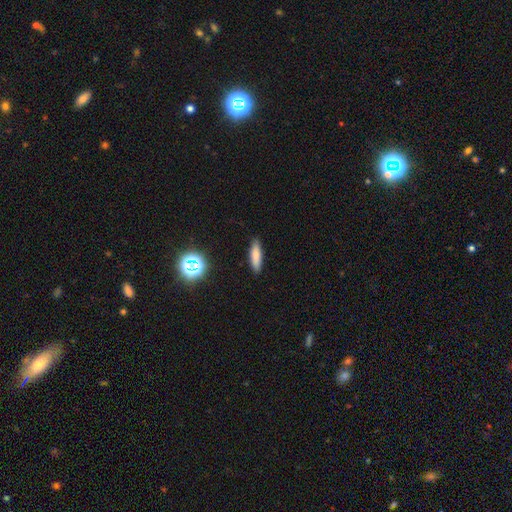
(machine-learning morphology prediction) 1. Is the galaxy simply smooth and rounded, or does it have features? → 80% smooth, 10% featured or disk, 10% star or artifact.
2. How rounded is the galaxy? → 60% cigar-shaped, 38% in between, 2% round.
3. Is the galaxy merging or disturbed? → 88% none, 9% minor disturbance, 2% major disturbance, 1% merger.